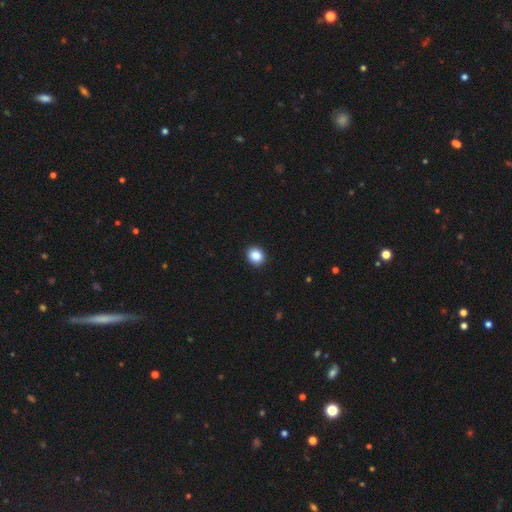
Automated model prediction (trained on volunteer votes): smooth-or-featured: smooth: 87% | star or artifact: 10% | featured or disk: 3%
  how-rounded: round: 77% | in between: 22% | cigar-shaped: 1%
  merging: none: 92% | minor disturbance: 6% | major disturbance: 2% | merger: 1%